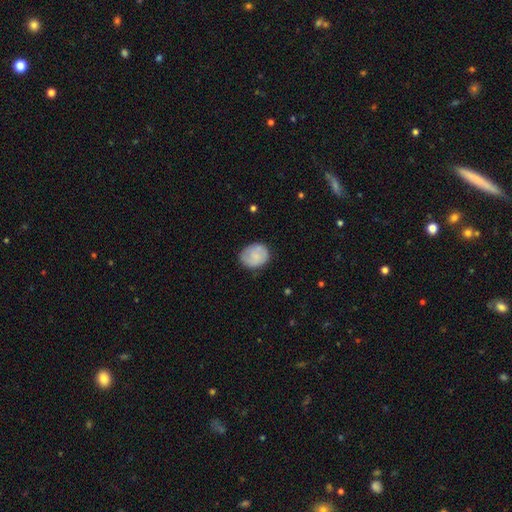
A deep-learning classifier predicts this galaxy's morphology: type=smooth (73%); roundness=round (58%); merging=none (77%).